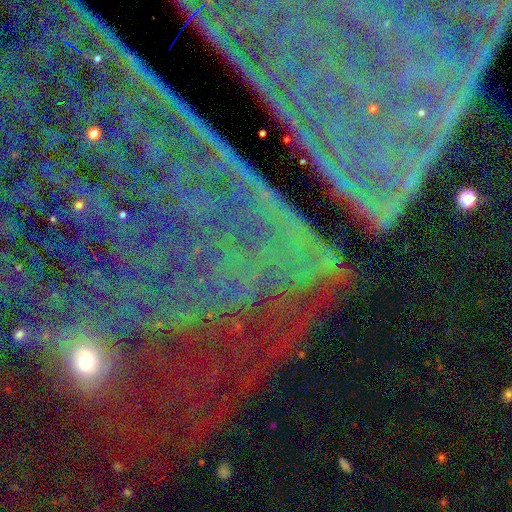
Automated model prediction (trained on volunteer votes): Smooth or featured? Predicted: star or artifact (p=0.77).